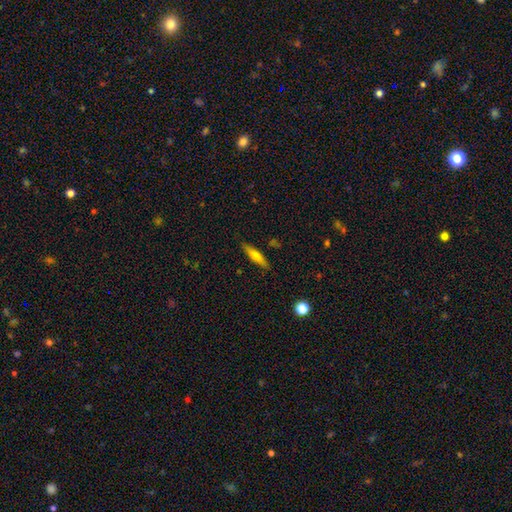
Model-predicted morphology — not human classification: A smooth galaxy with no disk features (61%) that is cigar-shaped (83%).

Vote fractions:
- Smooth or featured? smooth: 61% / featured or disk: 32% / star or artifact: 7%
- How rounded? cigar-shaped: 83% / in between: 15% / round: 2%
- Merging? none: 87% / minor disturbance: 9% / major disturbance: 2% / merger: 2%